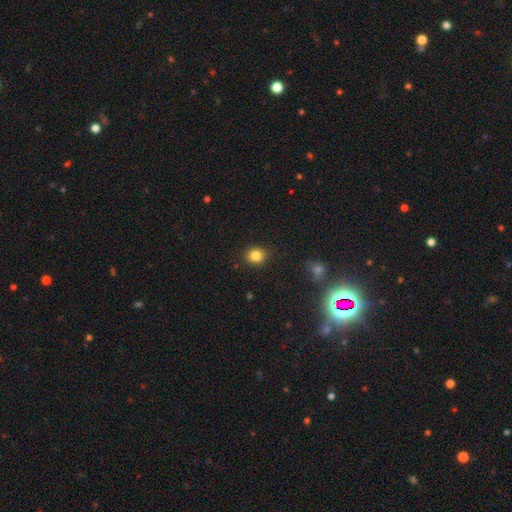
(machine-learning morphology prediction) Q: Smooth or featured?
A: smooth (84%); runner-up: star or artifact (11%)
Q: How rounded?
A: round (76%); runner-up: in between (23%)
Q: Merging?
A: none (89%); runner-up: minor disturbance (8%)